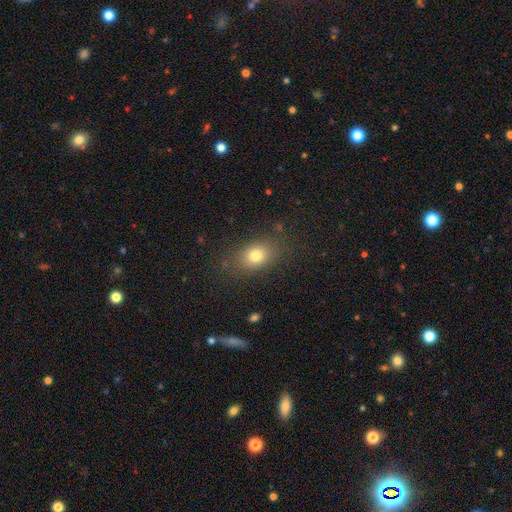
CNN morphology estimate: Smooth or featured? Predicted: smooth (p=0.78). How rounded? Predicted: in between (p=0.70). Merging? Predicted: none (p=0.80).